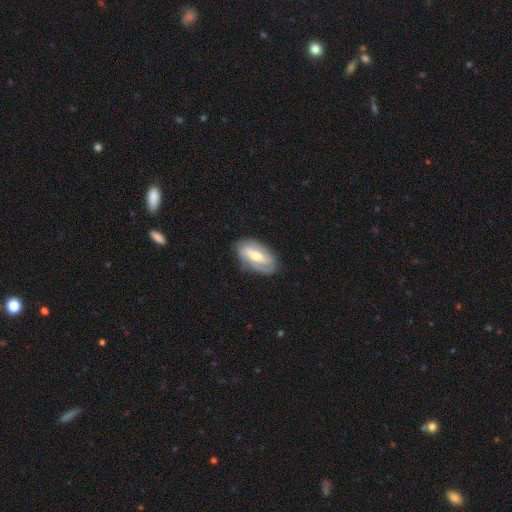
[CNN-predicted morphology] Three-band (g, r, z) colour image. It shows a featured or disk galaxy (66%) with a strong bar (46%), spiral arms (75%) and a moderate central bulge (61%). Merging: none (77%).